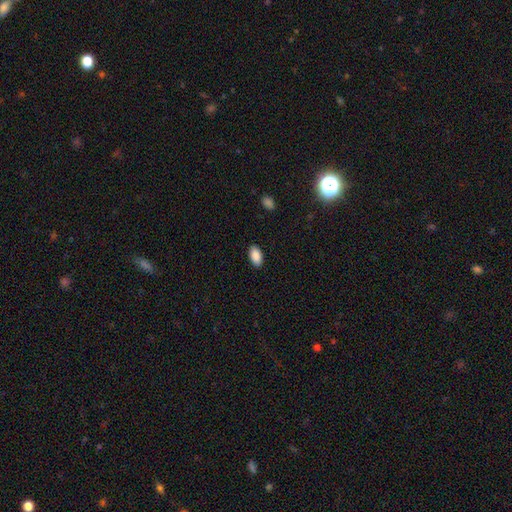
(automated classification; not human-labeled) This is clearly a smooth galaxy (89%). How rounded: clearly in between (94%). Merging: clearly none (89%).